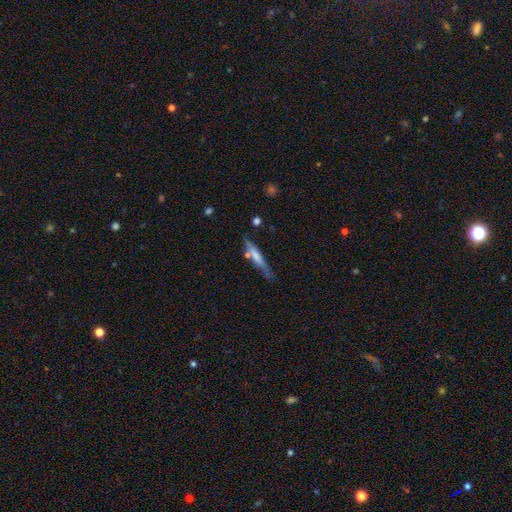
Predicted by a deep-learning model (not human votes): Smooth or featured? smooth (54%)
How rounded? cigar-shaped (88%)
Merging? none (63%)